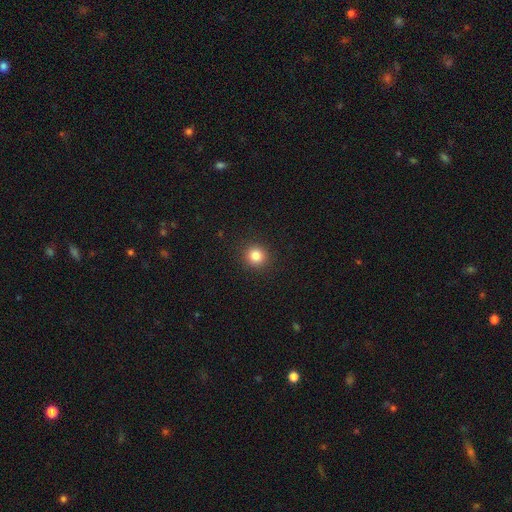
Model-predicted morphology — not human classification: Smooth or featured? Predicted: smooth (p=0.84). How rounded? Predicted: round (p=0.93). Merging? Predicted: none (p=0.92).